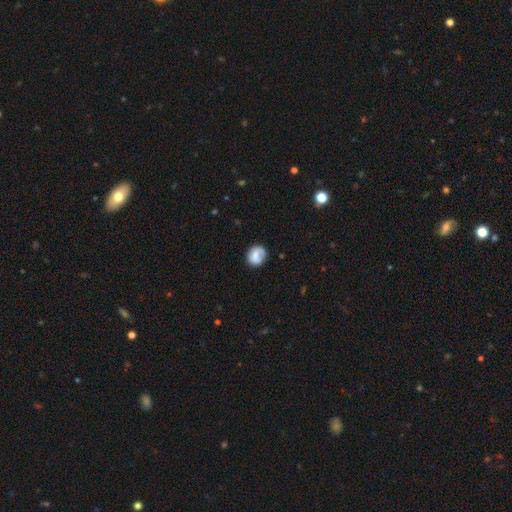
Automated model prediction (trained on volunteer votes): Smooth or featured? smooth (69%)
How rounded? round (75%)
Merging? none (67%)